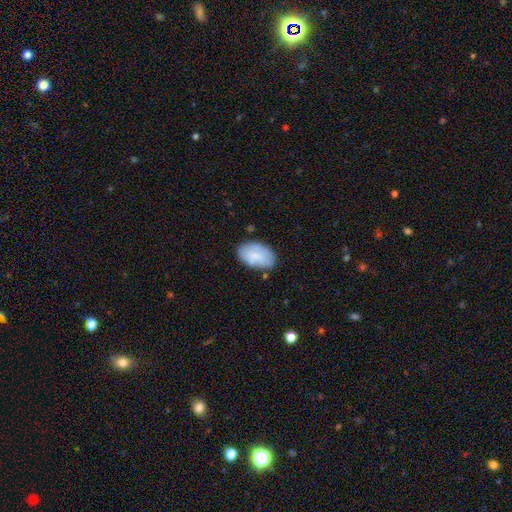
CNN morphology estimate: smooth_or_featured: smooth (p=0.77) [alt: featured or disk p=0.16]
how_rounded: in between (p=0.93) [alt: round p=0.05]
merging: none (p=0.68) [alt: minor disturbance p=0.23]